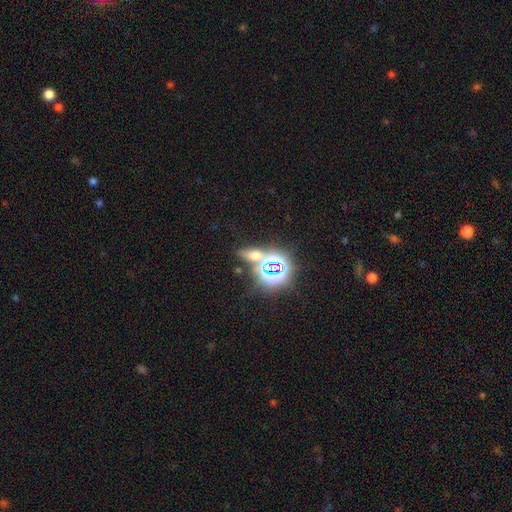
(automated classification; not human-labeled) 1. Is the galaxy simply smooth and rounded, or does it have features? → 50% star or artifact, 39% smooth, 11% featured or disk.